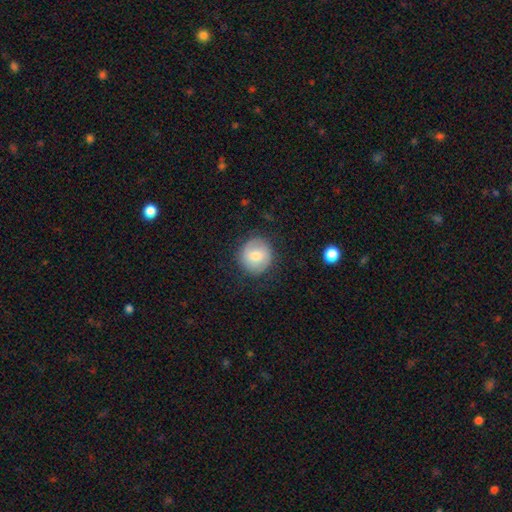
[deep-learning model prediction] Overall: smooth (65%; featured or disk 28%). How rounded: round (89%). Merging: none (82%).